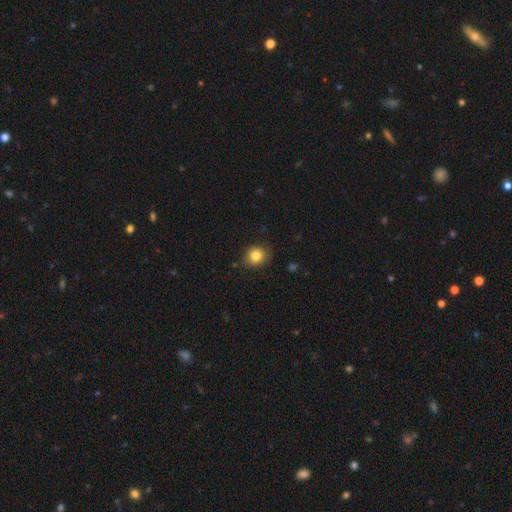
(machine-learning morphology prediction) Overall: smooth (82%). How rounded: round (74%). Merging: none (82%).